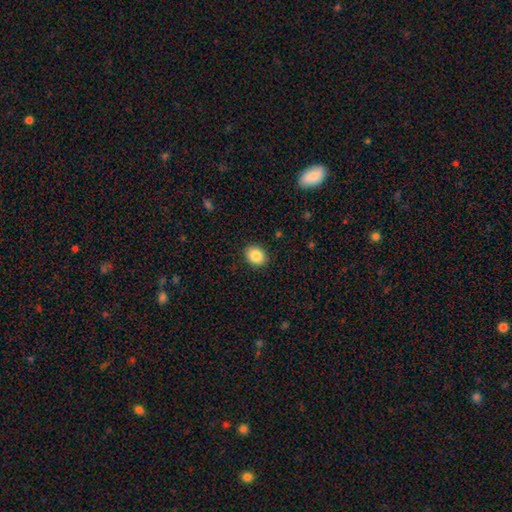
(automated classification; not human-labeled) Overall: smooth (87%). How rounded: round (50%; in between 49%). Merging: none (90%).